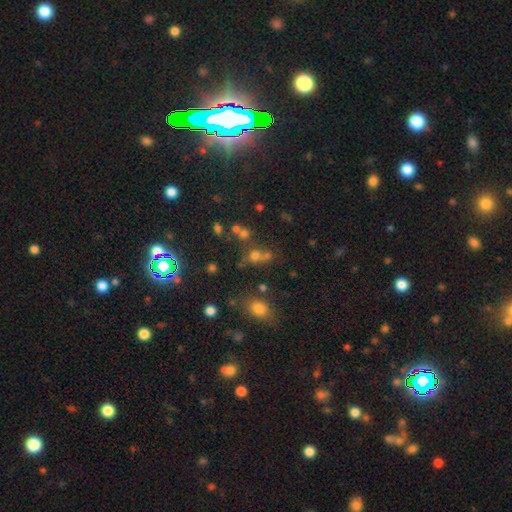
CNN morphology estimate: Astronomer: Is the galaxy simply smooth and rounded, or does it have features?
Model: smooth — 51% (runner-up: star or artifact, 35%).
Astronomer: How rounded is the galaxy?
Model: round — 70%.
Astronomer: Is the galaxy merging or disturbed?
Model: none — 51% (runner-up: merger, 31%).